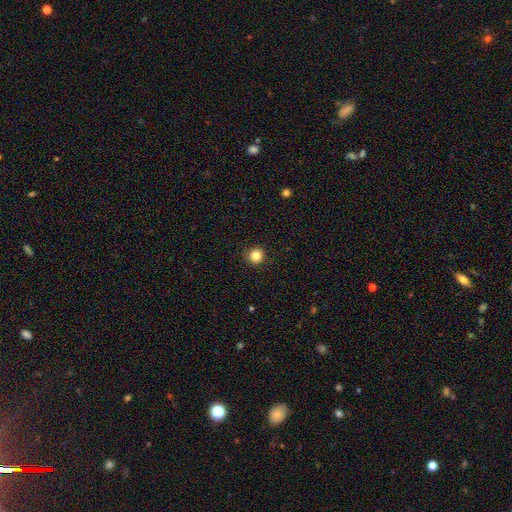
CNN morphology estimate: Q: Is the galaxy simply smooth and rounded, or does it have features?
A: smooth — 84%.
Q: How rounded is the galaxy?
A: round — 93%.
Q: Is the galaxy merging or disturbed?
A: none — 90%.